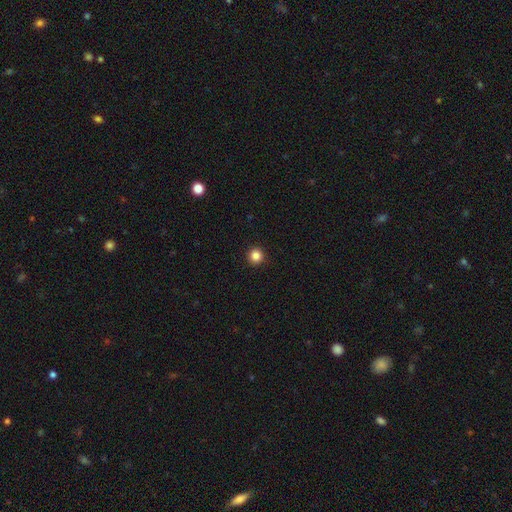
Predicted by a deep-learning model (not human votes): Smooth or featured? Predicted: smooth (p=0.85). How rounded? Predicted: round (p=0.96). Merging? Predicted: none (p=0.94).